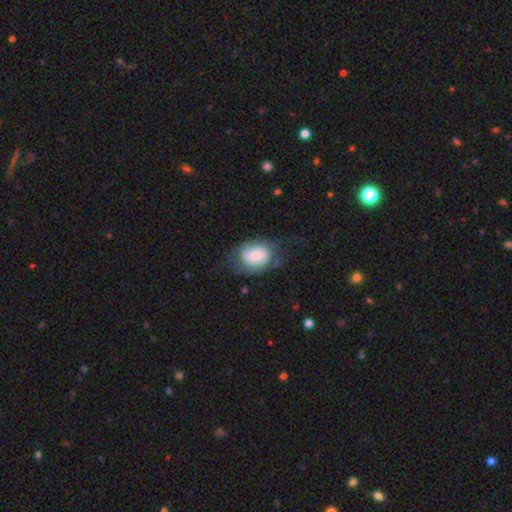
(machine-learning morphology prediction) smooth-or-featured: smooth: 54% | featured or disk: 38% | star or artifact: 8%
  how-rounded: in between: 62% | round: 37% | cigar-shaped: 1%
  merging: none: 41% | major disturbance: 31% | minor disturbance: 26% | merger: 2%